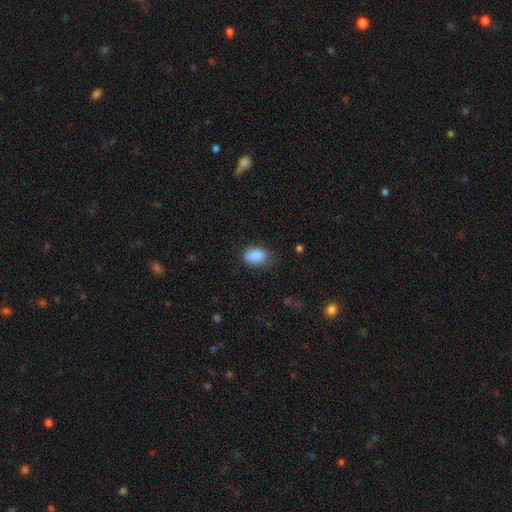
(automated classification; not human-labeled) Q: Smooth or featured?
A: smooth (87%); runner-up: star or artifact (7%)
Q: How rounded?
A: in between (83%); runner-up: round (16%)
Q: Merging?
A: none (74%); runner-up: minor disturbance (20%)